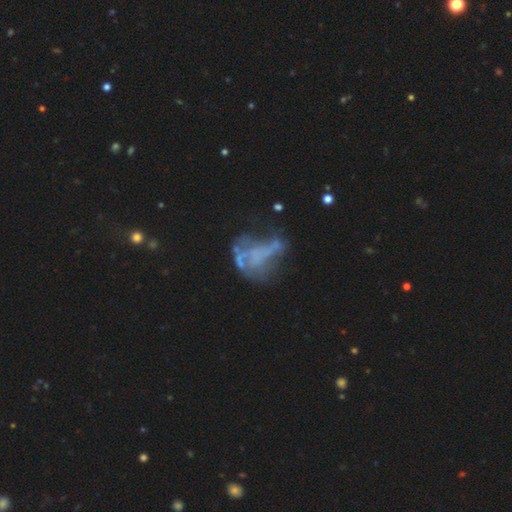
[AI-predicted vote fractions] Morphology: type=featured or disk (63%); edge-on=no (97%); bar=no (87%); spiral arms=no (86%); bulge=none (84%); merging=major disturbance (37%).